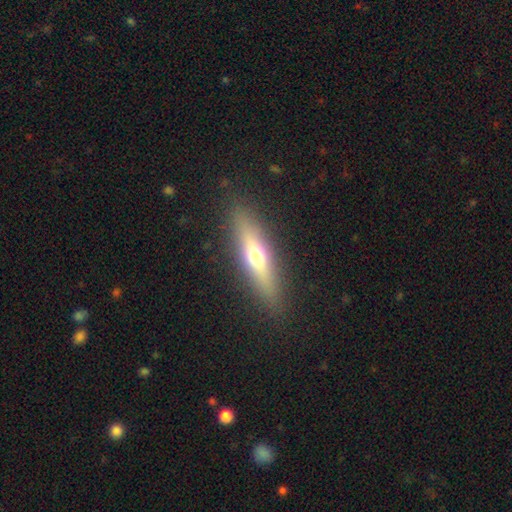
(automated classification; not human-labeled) A smooth galaxy with no disk features (50%) that is cigar-shaped (70%). Merging: none (89%).